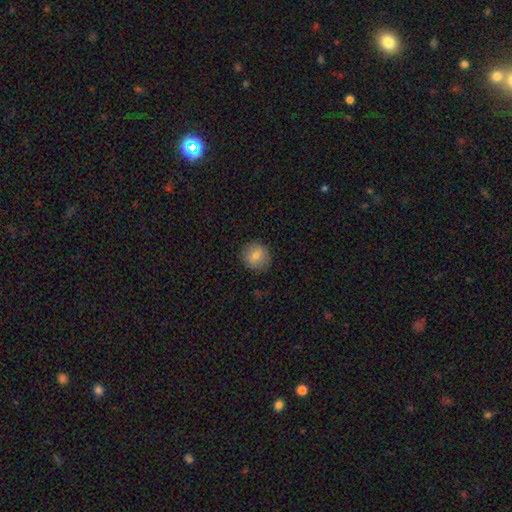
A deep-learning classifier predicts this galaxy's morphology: This appears to be a smooth galaxy with no disk features (79%) that is round (92%). Merging: none (90%).